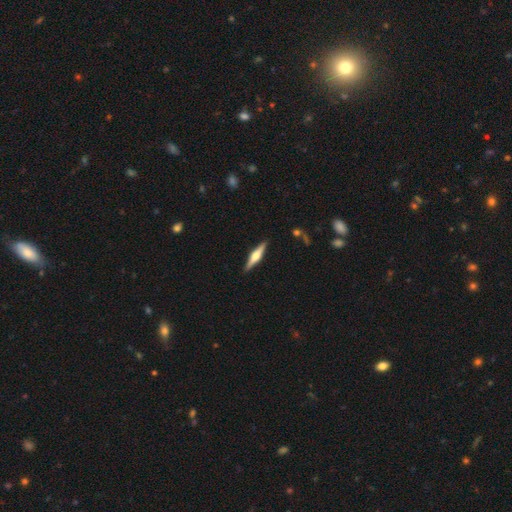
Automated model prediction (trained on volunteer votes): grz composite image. It shows a featured or disk galaxy (67%) viewed edge-on (98%) with a rounded central bulge (86%). Merging: none (90%).